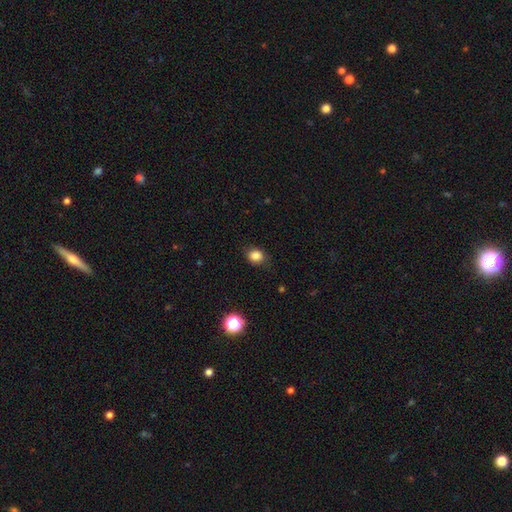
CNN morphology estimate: Smooth or featured? smooth (84%)
How rounded? round (65%)
Merging? none (82%)